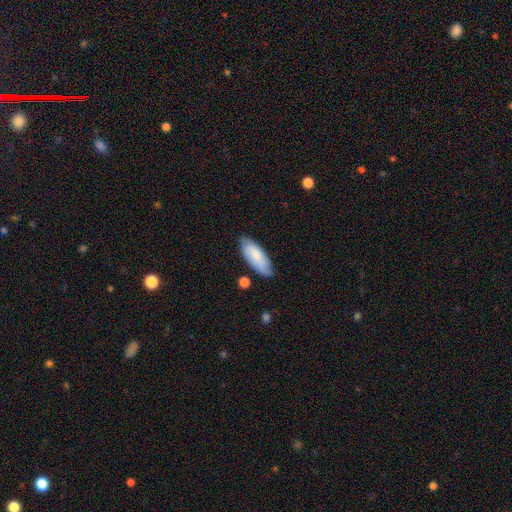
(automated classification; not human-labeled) A smooth galaxy with no disk features (77%) that is in between round and cigar-shaped (78%). Merging: none (76%).